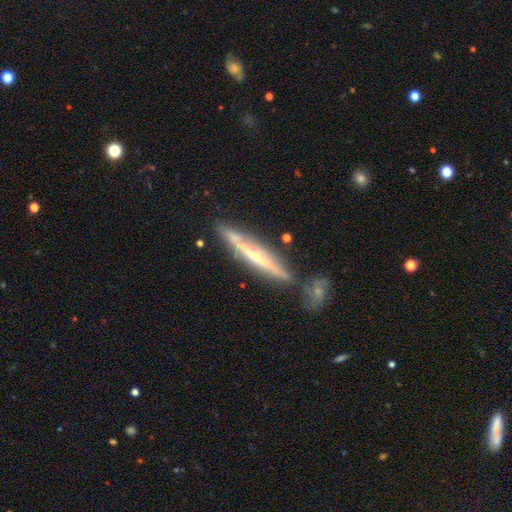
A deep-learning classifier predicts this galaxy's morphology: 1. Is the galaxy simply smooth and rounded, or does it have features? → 76% featured or disk, 18% smooth, 6% star or artifact.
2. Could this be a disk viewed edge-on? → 93% yes, 7% no.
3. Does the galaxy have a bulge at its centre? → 71% rounded, 23% none, 6% boxy.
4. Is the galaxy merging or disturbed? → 74% none, 13% minor disturbance, 9% merger, 3% major disturbance.